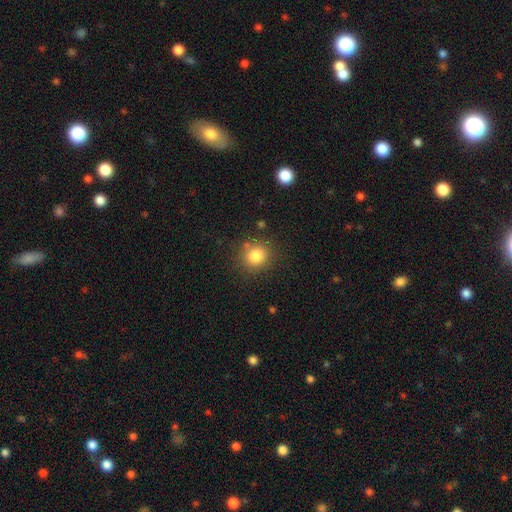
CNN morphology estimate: Q: Smooth or featured?
A: smooth (82%); runner-up: star or artifact (12%)
Q: How rounded?
A: round (84%); runner-up: in between (15%)
Q: Merging?
A: none (82%); runner-up: minor disturbance (10%)